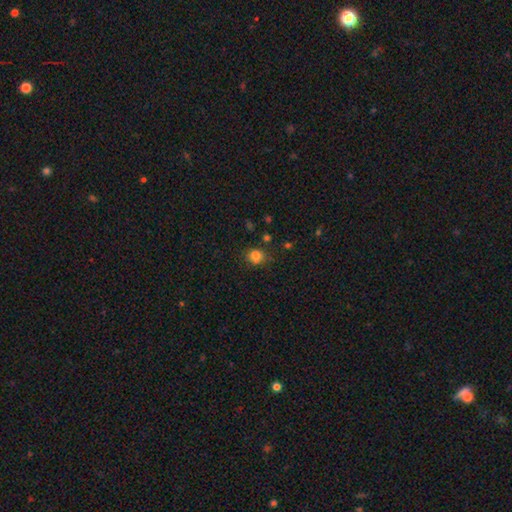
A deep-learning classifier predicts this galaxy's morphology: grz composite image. It shows a smooth galaxy with no disk features (82%) that is round (84%). Merging: none (77%).